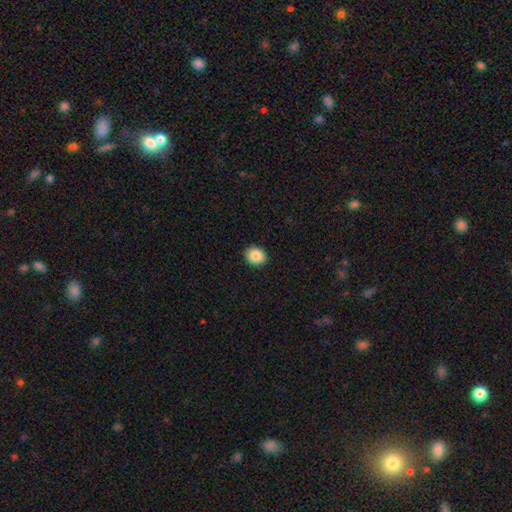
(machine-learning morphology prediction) Q: Smooth or featured?
A: smooth (87%); runner-up: star or artifact (8%)
Q: How rounded?
A: round (64%); runner-up: in between (36%)
Q: Merging?
A: none (91%); runner-up: minor disturbance (6%)